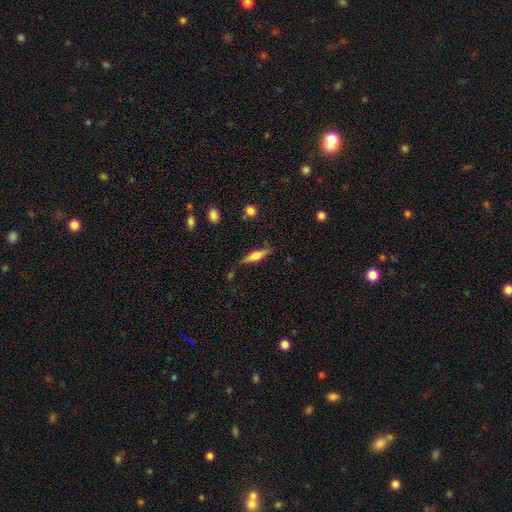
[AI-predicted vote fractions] This is possibly a smooth galaxy (52%). How rounded: likely cigar-shaped (62%). Merging: likely none (75%).